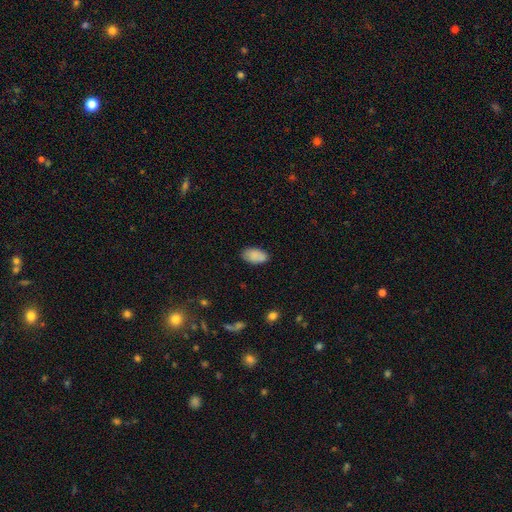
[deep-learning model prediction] smooth-or-featured: smooth: 86% | star or artifact: 7% | featured or disk: 7%
  how-rounded: in between: 95% | round: 4% | cigar-shaped: 2%
  merging: none: 81% | minor disturbance: 14% | major disturbance: 3% | merger: 2%